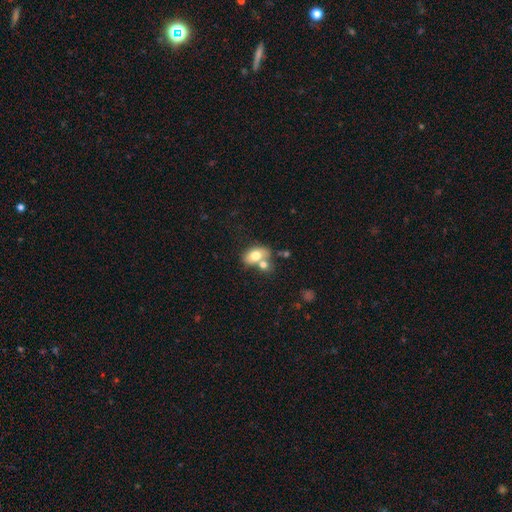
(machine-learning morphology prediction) A smooth galaxy with no disk features (73%) that is in between round and cigar-shaped (83%). Merging: merger (44%).